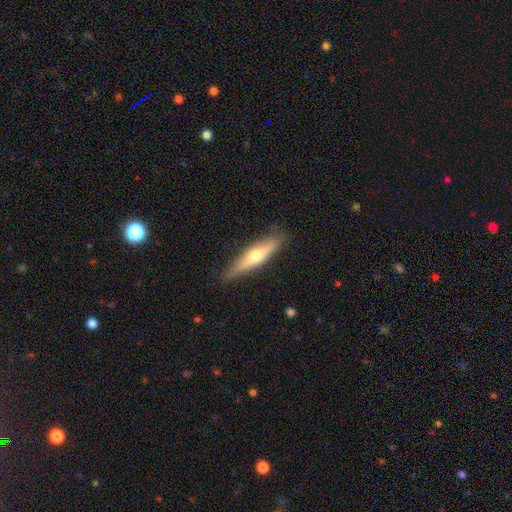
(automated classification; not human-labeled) smooth 47% (tied), featured or disk 47% (tied), star or artifact 6%. Down the decision tree: merging — none (86%).